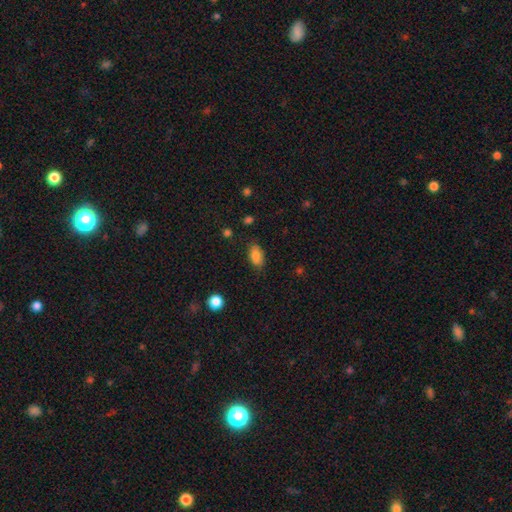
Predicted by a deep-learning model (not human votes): Smooth or featured? smooth (85%)
How rounded? in between (91%)
Merging? none (80%)